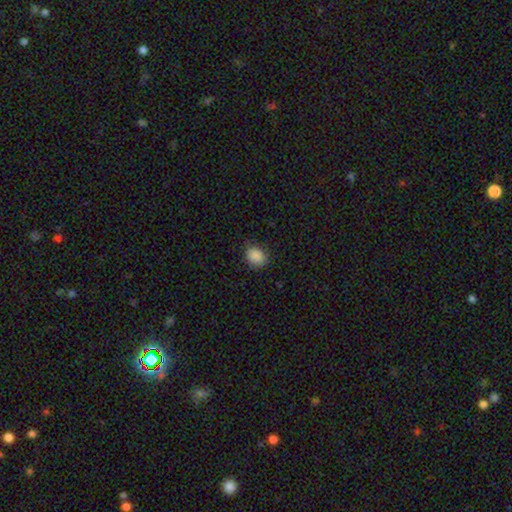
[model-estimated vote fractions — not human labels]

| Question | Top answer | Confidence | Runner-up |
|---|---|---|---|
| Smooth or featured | smooth | 88% | star or artifact (9%) |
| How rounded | in between | 52% | round (47%) |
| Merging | none | 77% | minor disturbance (18%) |